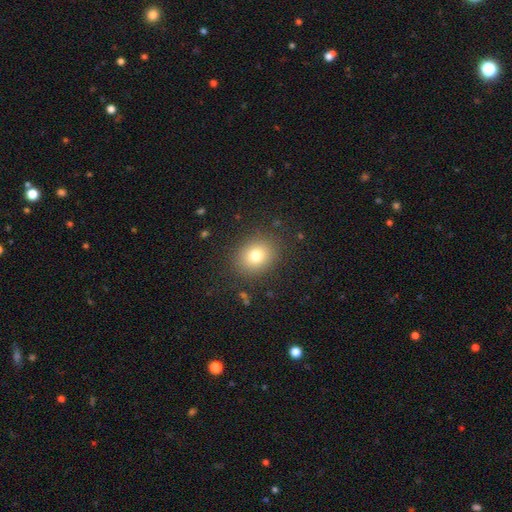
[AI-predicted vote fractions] Smooth or featured? smooth (77%)
How rounded? round (66%)
Merging? none (87%)